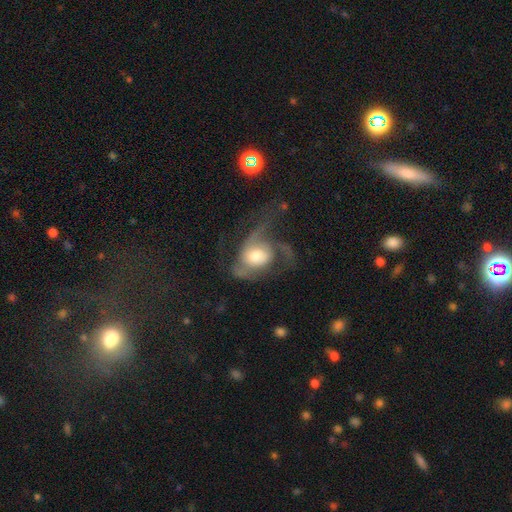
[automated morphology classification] Smooth or featured: featured or disk — 73% (smooth — 20%)
Edge-on disk: no — 96% (yes — 4%)
Bar: no — 68% (weak — 27%)
Spiral arms: yes — 87% (no — 13%)
Spiral winding: medium — 43% (loose — 41%)
Spiral arm count: 2 — 37% (3 — 27%)
Bulge size: moderate — 51% (large — 29%)
Merging: major disturbance — 47% (none — 32%)